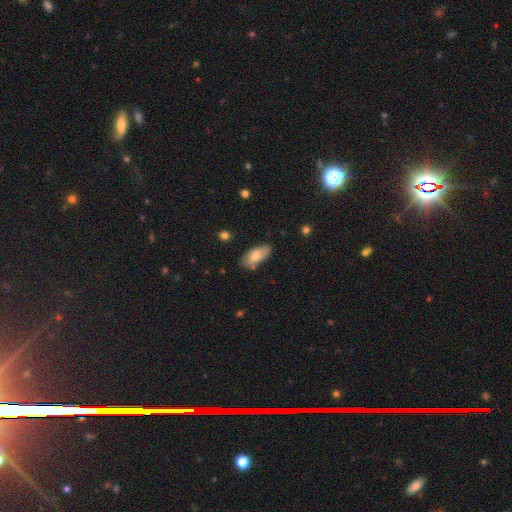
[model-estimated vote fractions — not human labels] A smooth galaxy with no disk features (70%) that is in between round and cigar-shaped (89%). Merging: none (77%).